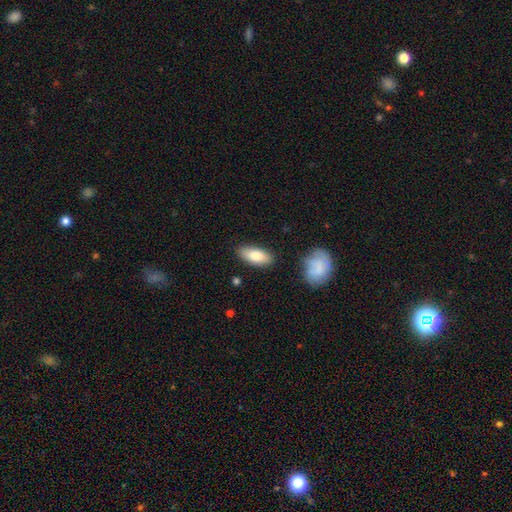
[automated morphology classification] Smooth or featured? Predicted: smooth (p=0.80). How rounded? Predicted: in between (p=0.84). Merging? Predicted: none (p=0.83).